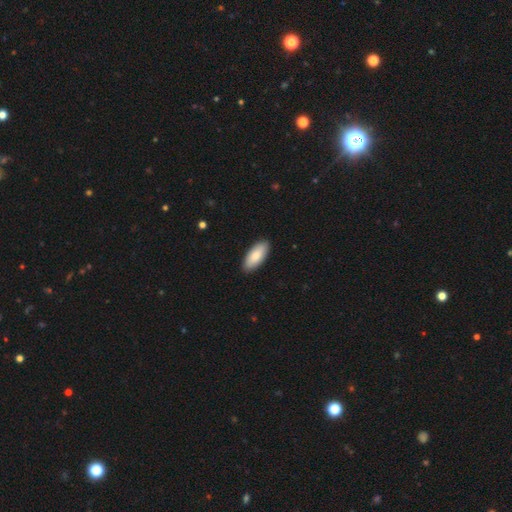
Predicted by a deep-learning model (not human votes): Smooth or featured: smooth — 85% (featured or disk — 10%)
How rounded: in between — 87% (cigar-shaped — 11%)
Merging: none — 90% (minor disturbance — 8%)